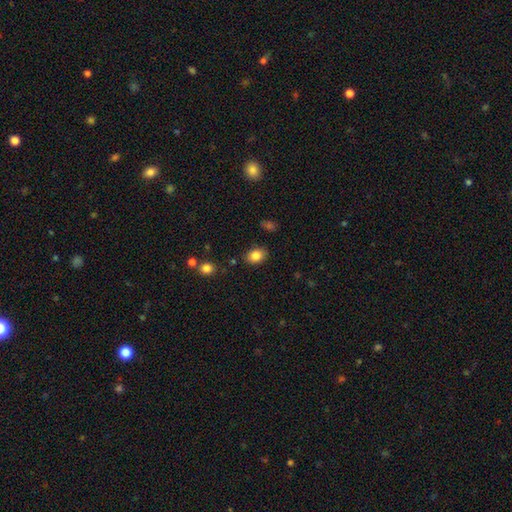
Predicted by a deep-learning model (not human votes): Smooth or featured? smooth (84%)
How rounded? in between (68%)
Merging? none (82%)